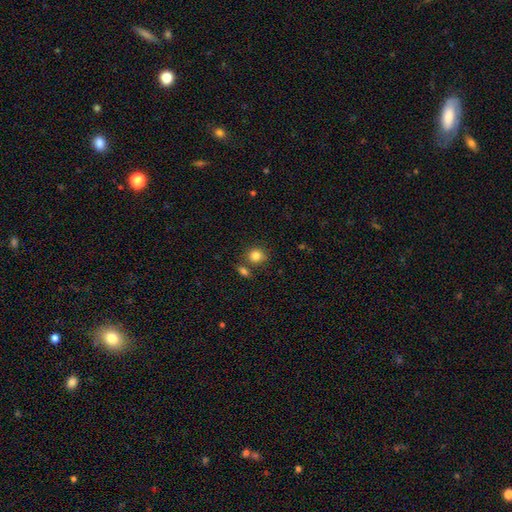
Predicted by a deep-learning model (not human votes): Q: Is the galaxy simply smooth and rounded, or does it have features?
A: smooth — 83%.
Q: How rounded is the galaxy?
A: round — 80%.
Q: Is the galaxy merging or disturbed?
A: none — 70%.